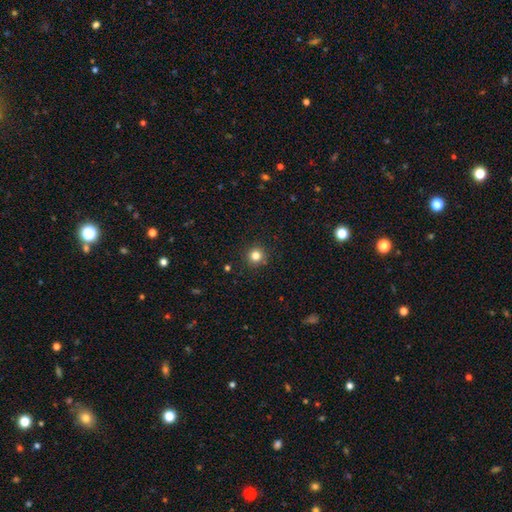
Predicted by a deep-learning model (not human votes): A smooth galaxy with no disk features (82%) that is round (95%). Merging: none (91%).